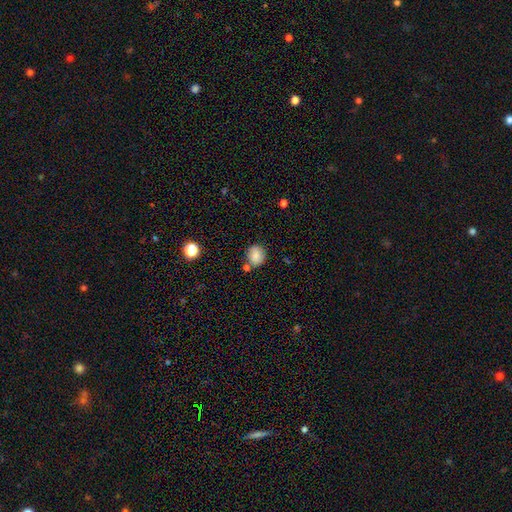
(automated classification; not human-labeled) smooth_or_featured: smooth (p=0.76) [alt: featured or disk p=0.13]
how_rounded: round (p=0.75) [alt: in between p=0.24]
merging: none (p=0.68) [alt: minor disturbance p=0.17]